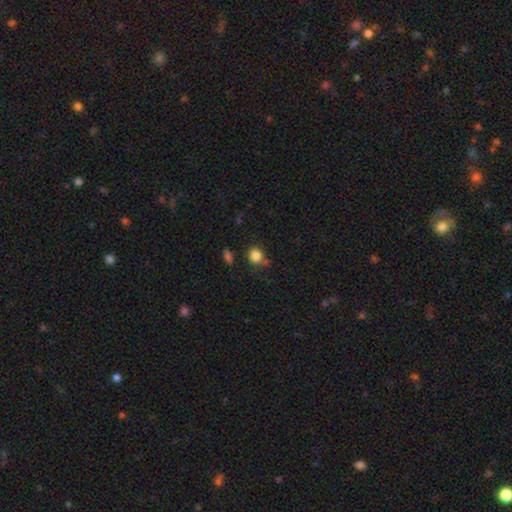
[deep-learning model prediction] Q: Smooth or featured?
A: smooth (83%); runner-up: star or artifact (12%)
Q: How rounded?
A: round (83%); runner-up: in between (16%)
Q: Merging?
A: none (74%); runner-up: minor disturbance (14%)